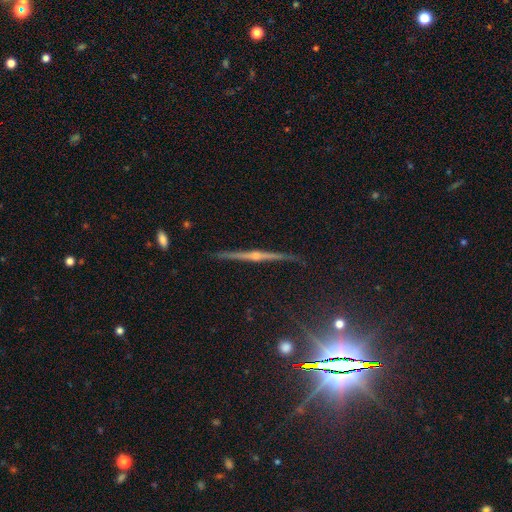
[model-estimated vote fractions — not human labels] Morphology: type=featured or disk (79%); edge-on=yes (98%); edge-on bulge=rounded (83%); merging=none (88%).